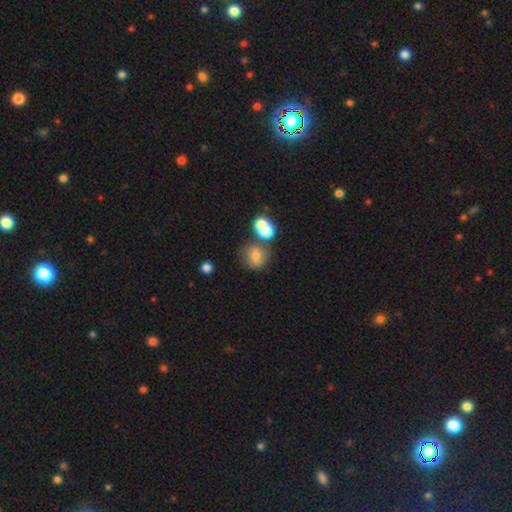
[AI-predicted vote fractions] This appears to be a smooth galaxy with no disk features (69%) that is round (72%). Merging: none (51%).